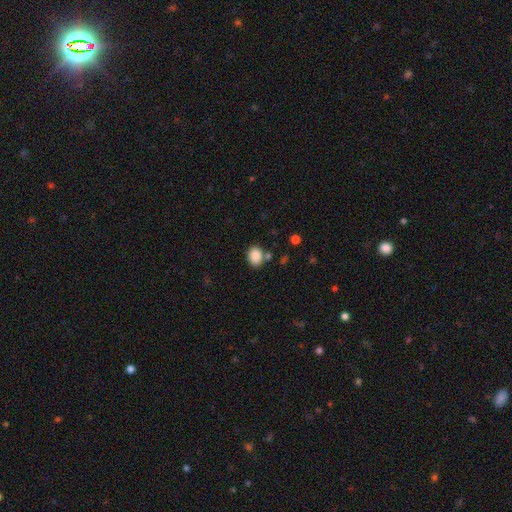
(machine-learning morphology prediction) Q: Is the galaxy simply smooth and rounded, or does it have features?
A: smooth — 87%.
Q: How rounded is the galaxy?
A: in between — 62%.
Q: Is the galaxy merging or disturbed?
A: none — 72%.